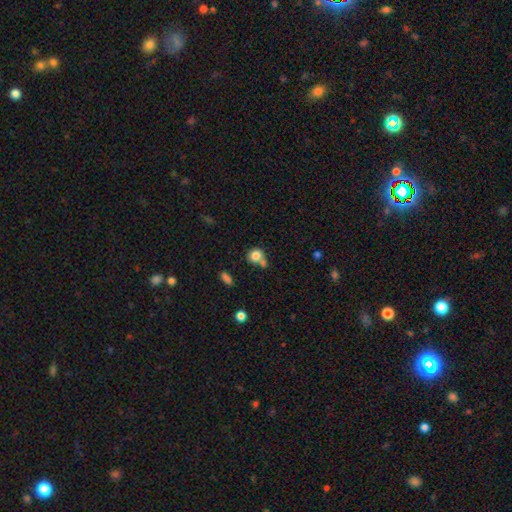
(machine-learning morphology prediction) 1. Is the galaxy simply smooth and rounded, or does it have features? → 80% smooth, 11% star or artifact, 10% featured or disk.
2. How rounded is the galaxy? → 77% round, 22% in between, 1% cigar-shaped.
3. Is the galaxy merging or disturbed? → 47% none, 35% merger, 13% minor disturbance, 6% major disturbance.